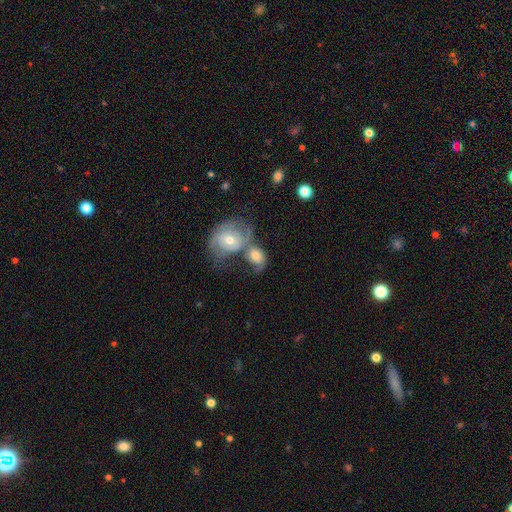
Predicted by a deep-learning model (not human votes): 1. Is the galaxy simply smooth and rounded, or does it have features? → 53% featured or disk, 40% smooth, 7% star or artifact.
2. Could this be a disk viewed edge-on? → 96% no, 4% yes.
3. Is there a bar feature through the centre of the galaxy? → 66% no, 28% weak, 6% strong.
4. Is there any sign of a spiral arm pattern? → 81% yes, 19% no.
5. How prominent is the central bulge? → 61% moderate, 25% small, 10% large, 2% none, 2% dominant.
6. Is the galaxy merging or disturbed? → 56% merger, 21% none, 12% minor disturbance, 11% major disturbance.